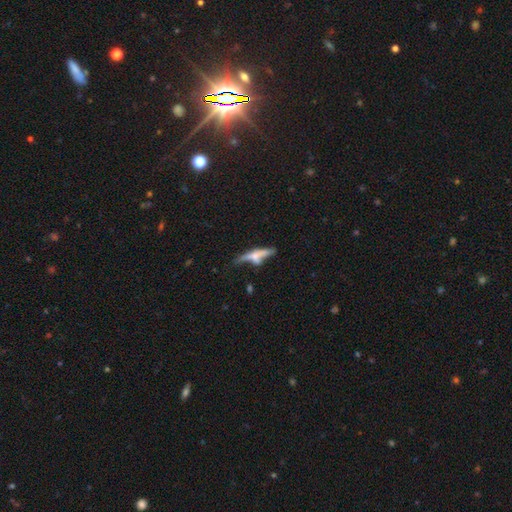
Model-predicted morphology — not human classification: Smooth or featured: featured or disk — 52% (smooth — 40%)
Edge-on disk: yes — 86% (no — 14%)
Merging: none — 48% (merger — 22%)